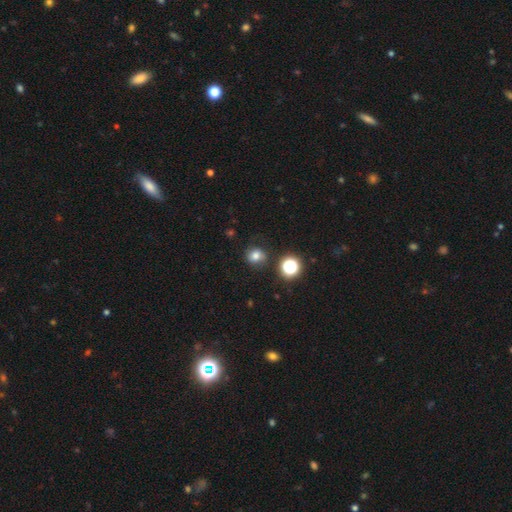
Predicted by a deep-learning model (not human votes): smooth-or-featured: smooth: 72% | star or artifact: 17% | featured or disk: 11%
  how-rounded: round: 80% | in between: 19% | cigar-shaped: 1%
  merging: none: 77% | minor disturbance: 14% | major disturbance: 5% | merger: 4%